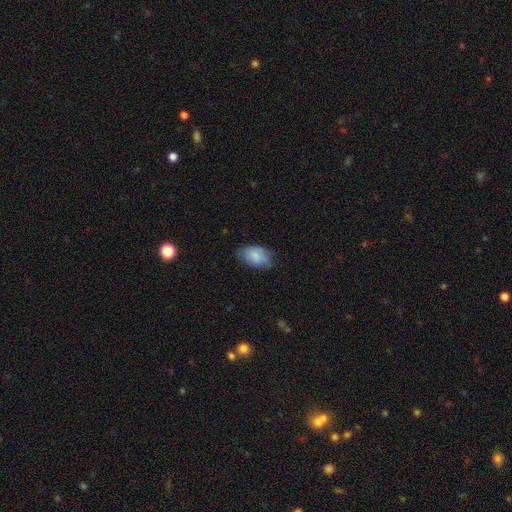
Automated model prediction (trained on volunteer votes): Q: Smooth or featured?
A: smooth (82%); runner-up: featured or disk (11%)
Q: How rounded?
A: in between (92%); runner-up: round (7%)
Q: Merging?
A: none (64%); runner-up: minor disturbance (29%)